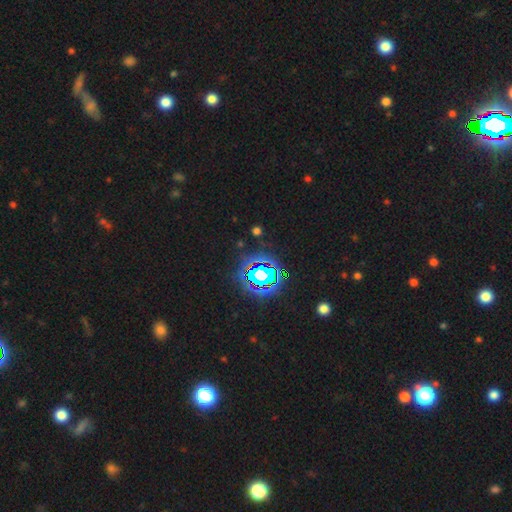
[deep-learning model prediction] Smooth or featured? star or artifact (82%)